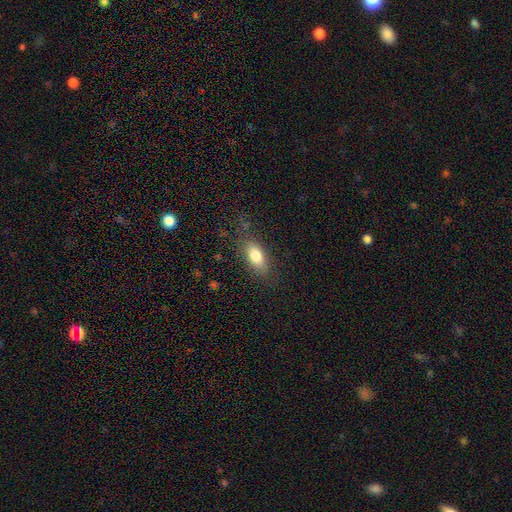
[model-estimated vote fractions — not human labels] Smooth or featured? smooth (79%)
How rounded? in between (83%)
Merging? none (79%)